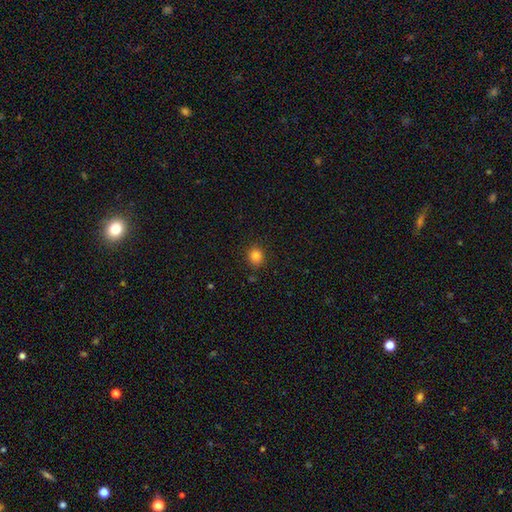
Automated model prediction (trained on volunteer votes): Overall: smooth (83%). How rounded: round (81%). Merging: none (88%).